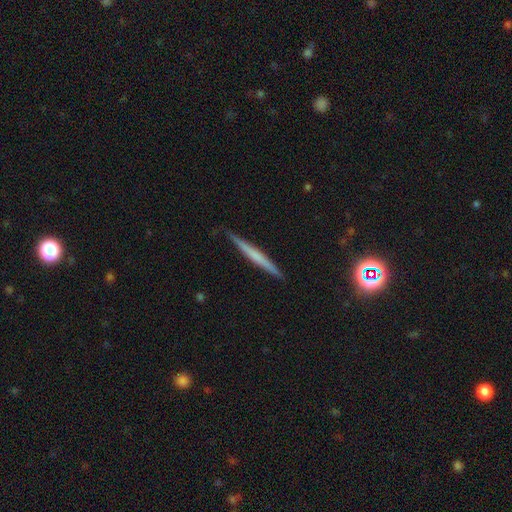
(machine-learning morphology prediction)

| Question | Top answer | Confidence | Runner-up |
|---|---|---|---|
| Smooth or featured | featured or disk | 53% | smooth (41%) |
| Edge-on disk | yes | 98% | no (2%) |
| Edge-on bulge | none | 70% | rounded (20%) |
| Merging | none | 90% | minor disturbance (8%) |